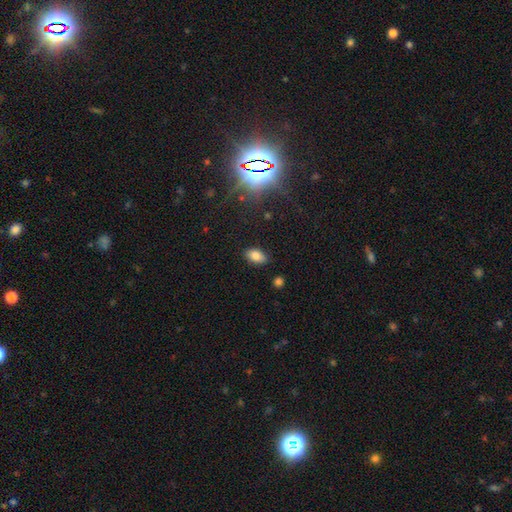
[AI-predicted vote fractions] Smooth or featured?
  - smooth: 81% *
  - star or artifact: 10%
  - featured or disk: 9%
How rounded?
  - in between: 91% *
  - round: 6%
  - cigar-shaped: 3%
Merging?
  - none: 86% *
  - minor disturbance: 10%
  - major disturbance: 2%
  - merger: 1%